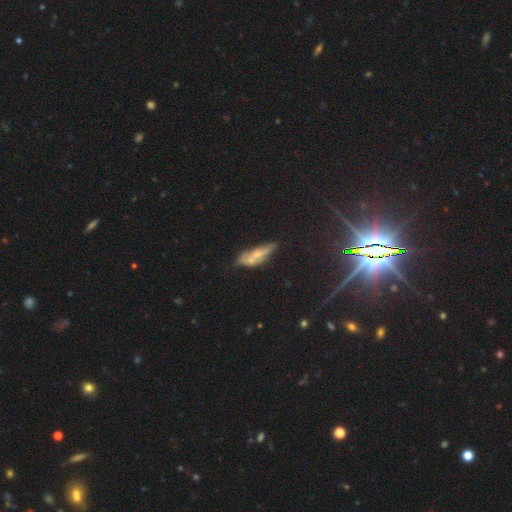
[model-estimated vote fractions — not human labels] A smooth galaxy with no disk features (44%).

Vote fractions:
- Smooth or featured? smooth: 44% / featured or disk: 42% / star or artifact: 15%
- Merging? none: 48% / minor disturbance: 26% / major disturbance: 13% / merger: 13%